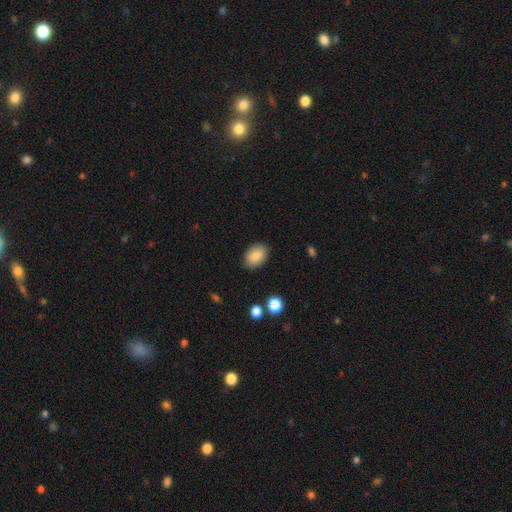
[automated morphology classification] Smooth or featured: smooth — 86% (star or artifact — 8%)
How rounded: in between — 84% (round — 15%)
Merging: none — 85% (minor disturbance — 11%)